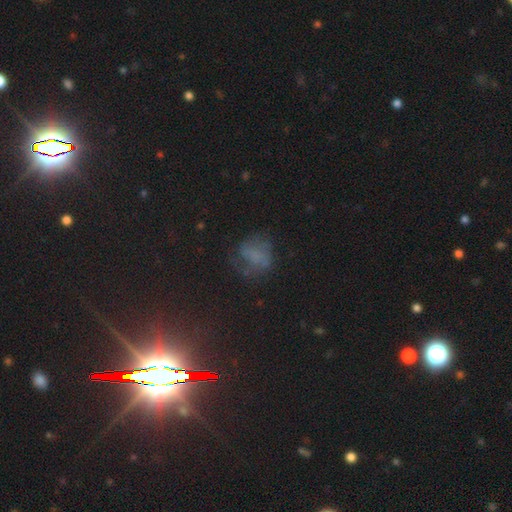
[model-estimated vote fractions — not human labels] Smooth or featured?
  - smooth: 46% *
  - featured or disk: 32%
  - star or artifact: 22%
Merging?
  - none: 50% *
  - minor disturbance: 24%
  - major disturbance: 23%
  - merger: 3%